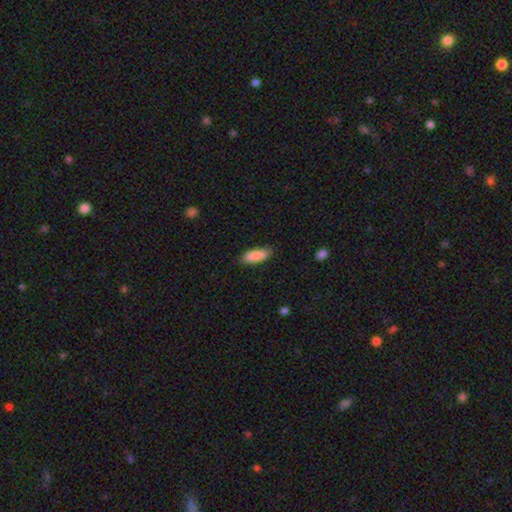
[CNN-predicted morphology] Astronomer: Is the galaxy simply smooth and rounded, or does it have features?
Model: smooth — 88%.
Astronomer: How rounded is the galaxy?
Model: in between — 60% (runner-up: cigar-shaped, 38%).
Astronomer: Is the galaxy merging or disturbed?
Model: none — 82%.